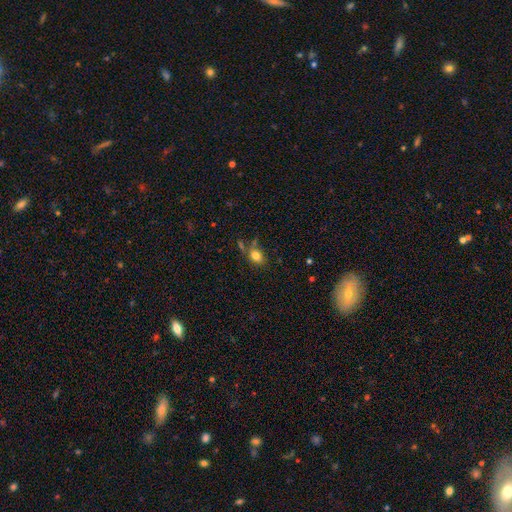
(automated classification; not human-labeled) A smooth galaxy with no disk features (79%) that is in between round and cigar-shaped (72%). Merging: none (58%).